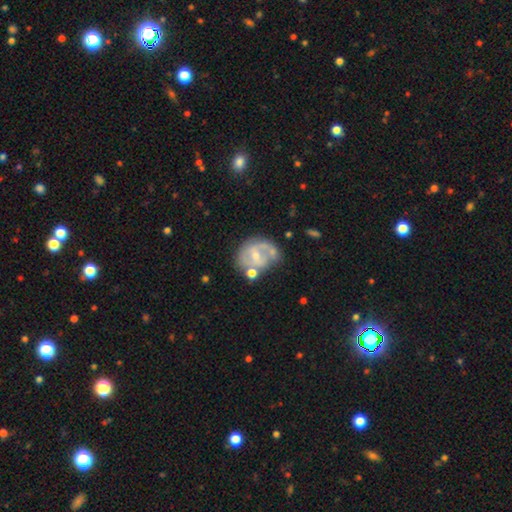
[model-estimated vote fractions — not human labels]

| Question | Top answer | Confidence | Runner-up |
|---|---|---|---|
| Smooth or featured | featured or disk | 65% | smooth (27%) |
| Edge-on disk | no | 97% | yes (3%) |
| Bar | weak | 45% | no (40%) |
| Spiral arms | yes | 64% | no (36%) |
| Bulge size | small | 60% | moderate (32%) |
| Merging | none | 45% | minor disturbance (24%) |